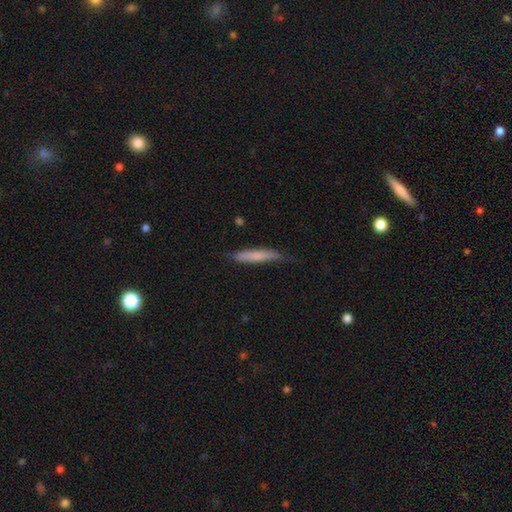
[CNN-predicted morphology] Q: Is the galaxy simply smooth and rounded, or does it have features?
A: smooth — 68%.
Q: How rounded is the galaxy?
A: cigar-shaped — 93%.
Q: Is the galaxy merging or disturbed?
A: none — 72%.